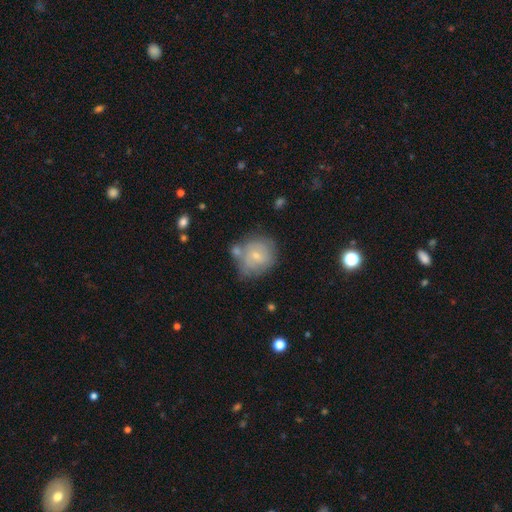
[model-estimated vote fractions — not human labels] Smooth or featured?
  - smooth: 61% *
  - featured or disk: 31%
  - star or artifact: 8%
How rounded?
  - round: 78% *
  - in between: 20%
  - cigar-shaped: 1%
Merging?
  - none: 50% *
  - minor disturbance: 23%
  - merger: 19%
  - major disturbance: 8%